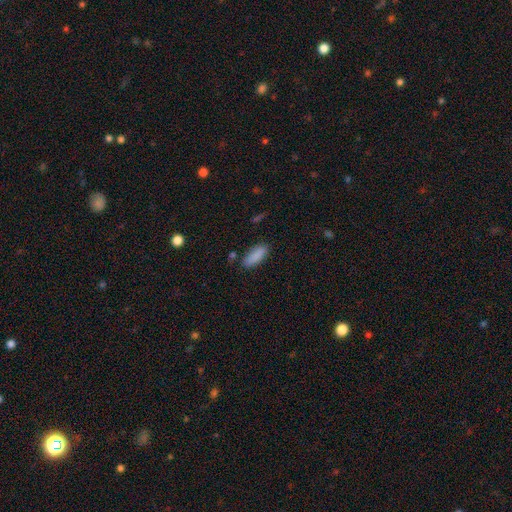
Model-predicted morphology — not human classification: type=smooth (88%); roundness=in between (67%); merging=none (82%).